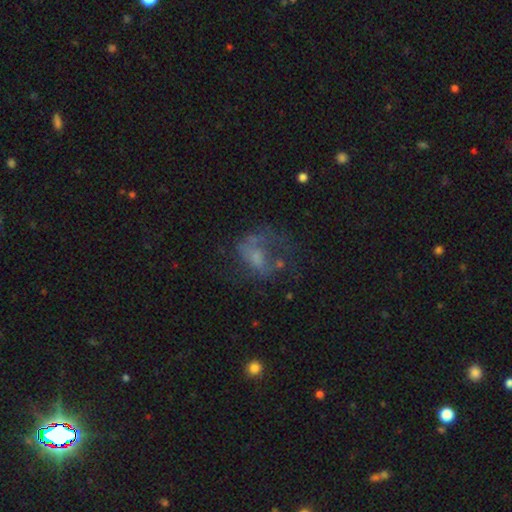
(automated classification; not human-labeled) Smooth or featured? featured or disk (52%)
Edge-on disk? no (97%)
Merging? major disturbance (45%)